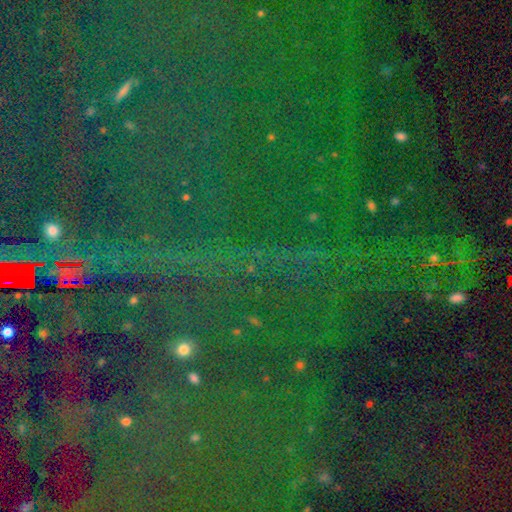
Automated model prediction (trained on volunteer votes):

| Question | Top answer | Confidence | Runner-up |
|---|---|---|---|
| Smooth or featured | star or artifact | 86% | featured or disk (7%) |